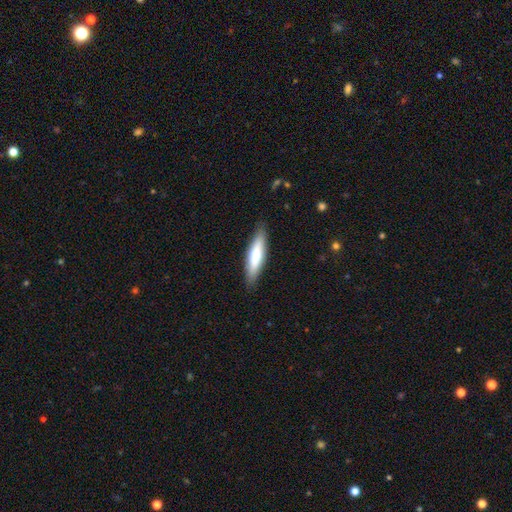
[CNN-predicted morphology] This appears to be a smooth galaxy with no disk features (62%) that is cigar-shaped (71%). Merging: none (88%).